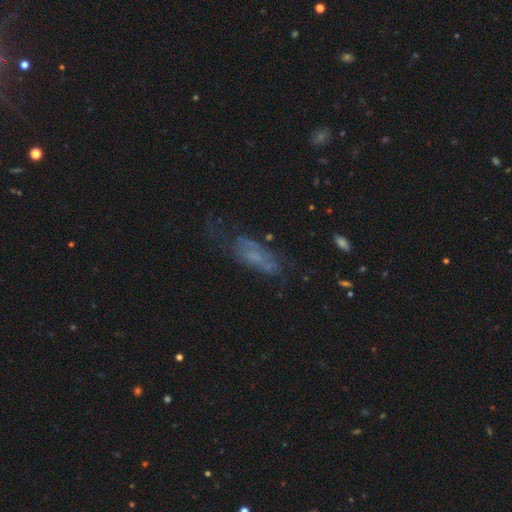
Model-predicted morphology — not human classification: Overall: featured or disk (43%; smooth 41%). Merging: none (44%; major disturbance 26%).